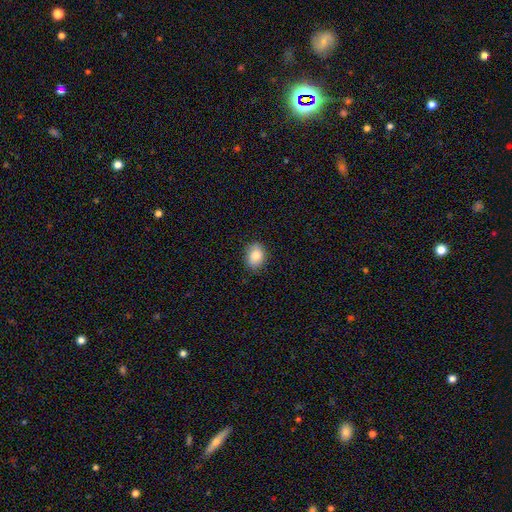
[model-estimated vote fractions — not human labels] Overall: smooth (83%). How rounded: in between (63%; round 36%). Merging: none (86%).